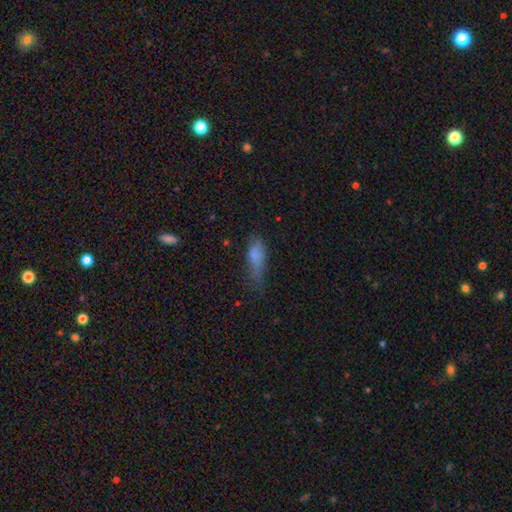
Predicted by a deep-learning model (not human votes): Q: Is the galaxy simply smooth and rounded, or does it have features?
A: smooth — 76%.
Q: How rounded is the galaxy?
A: in between — 65%.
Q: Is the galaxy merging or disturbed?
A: minor disturbance — 38%.